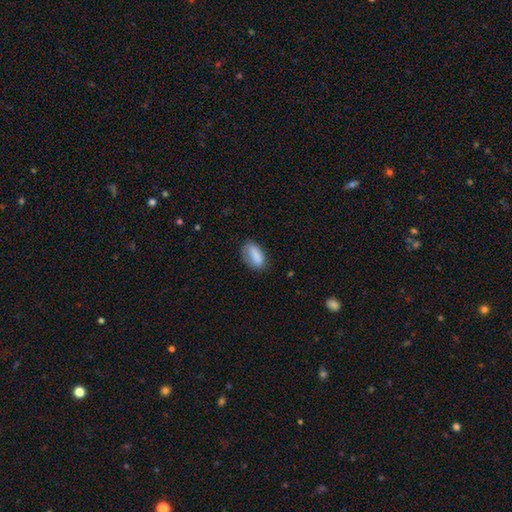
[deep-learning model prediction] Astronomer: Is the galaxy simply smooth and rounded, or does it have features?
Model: smooth — 85%.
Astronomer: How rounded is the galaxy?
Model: in between — 90%.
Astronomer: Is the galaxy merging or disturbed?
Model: none — 67%.